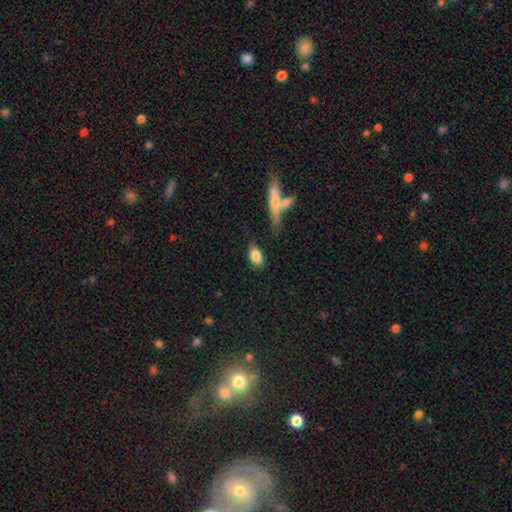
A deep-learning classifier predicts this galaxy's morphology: A smooth galaxy with no disk features (84%) that is in between round and cigar-shaped (87%).

Vote fractions:
- Smooth or featured? smooth: 84% / featured or disk: 9% / star or artifact: 7%
- How rounded? in between: 87% / round: 8% / cigar-shaped: 5%
- Merging? none: 70% / minor disturbance: 17% / merger: 7% / major disturbance: 6%